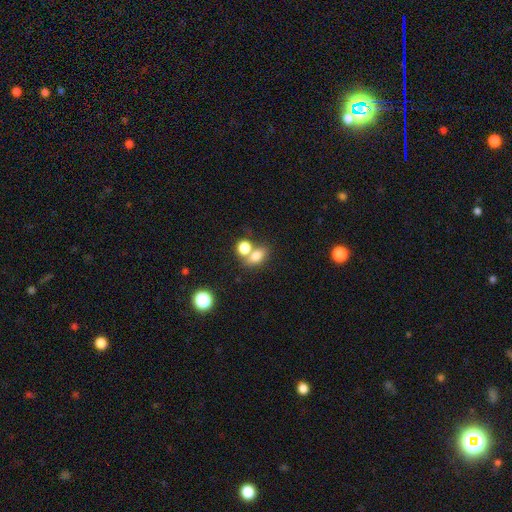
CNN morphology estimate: Smooth or featured: smooth — 76% (star or artifact — 13%)
How rounded: in between — 67% (round — 30%)
Merging: none — 46% (merger — 39%)